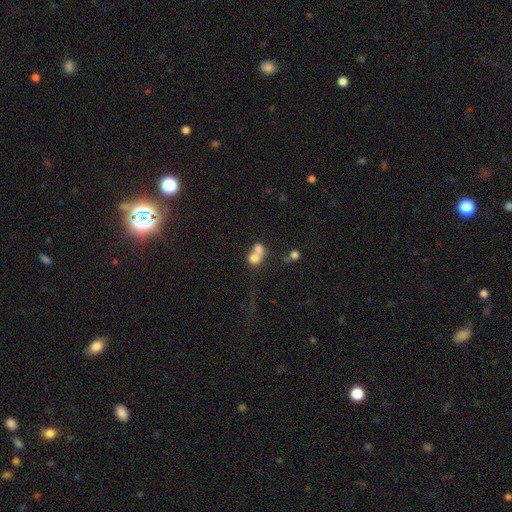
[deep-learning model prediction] This is likely a smooth galaxy (66%). How rounded: possibly round (58%). Merging: likely merger (69%).